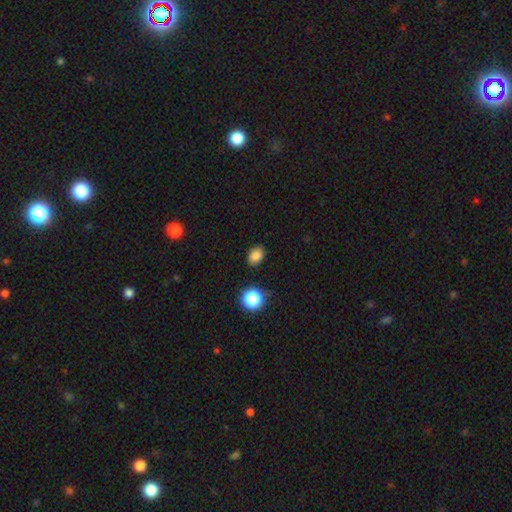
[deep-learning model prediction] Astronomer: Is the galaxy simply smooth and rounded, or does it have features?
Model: smooth — 82%.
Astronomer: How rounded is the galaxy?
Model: in between — 66%.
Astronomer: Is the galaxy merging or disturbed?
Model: none — 85%.